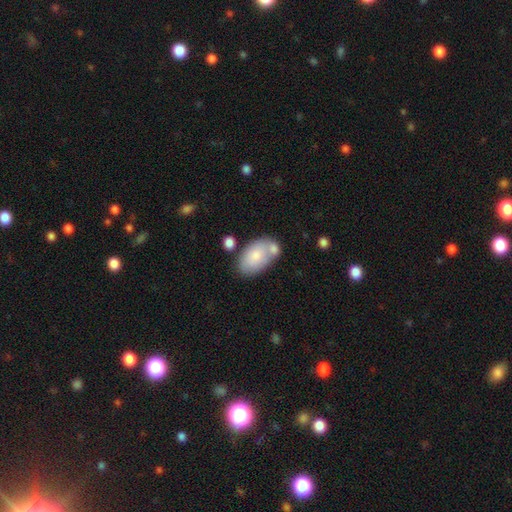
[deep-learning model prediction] Smooth or featured: smooth — 78% (featured or disk — 16%)
How rounded: in between — 93% (round — 5%)
Merging: none — 52% (merger — 24%)